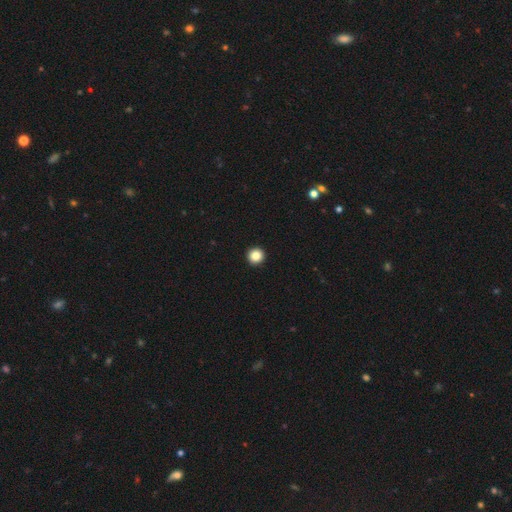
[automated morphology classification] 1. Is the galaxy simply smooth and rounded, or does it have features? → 86% smooth, 10% star or artifact, 4% featured or disk.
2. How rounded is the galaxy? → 96% round, 3% in between, 1% cigar-shaped.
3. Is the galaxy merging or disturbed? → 95% none, 3% minor disturbance, 1% major disturbance, 1% merger.